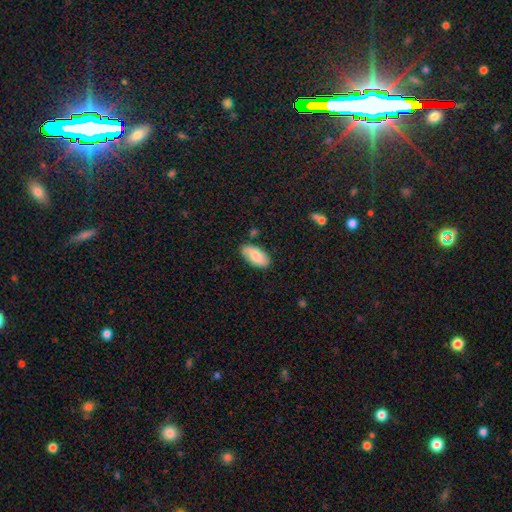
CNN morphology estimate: smooth-or-featured: smooth: 72% | featured or disk: 21% | star or artifact: 6%
  how-rounded: in between: 93% | cigar-shaped: 4% | round: 2%
  merging: none: 77% | minor disturbance: 18% | major disturbance: 3% | merger: 2%